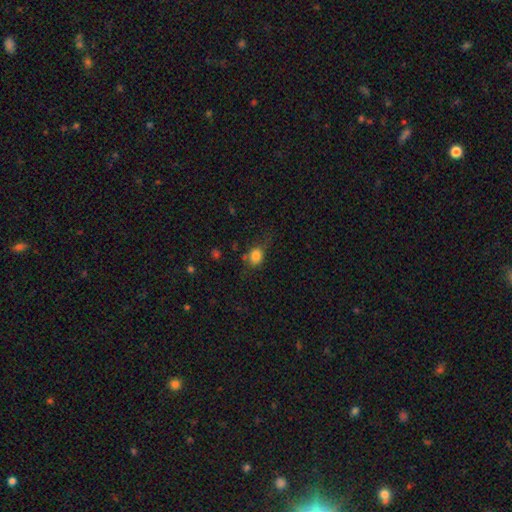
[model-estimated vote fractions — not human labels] Morphology: type=smooth (81%); roundness=round (54%); merging=none (58%).